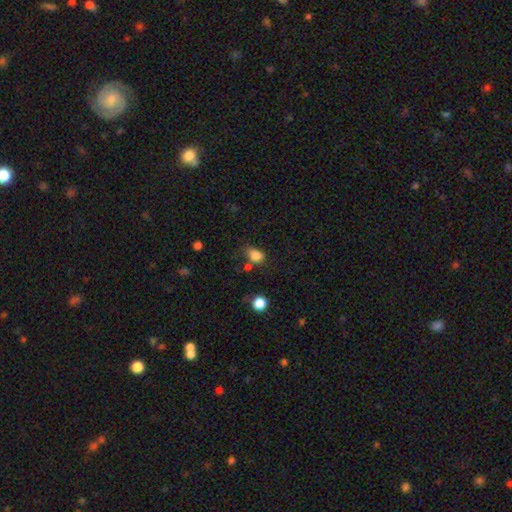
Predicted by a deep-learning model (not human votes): Smooth or featured: smooth — 82% (star or artifact — 12%)
How rounded: in between — 70% (round — 29%)
Merging: none — 47% (minor disturbance — 28%)